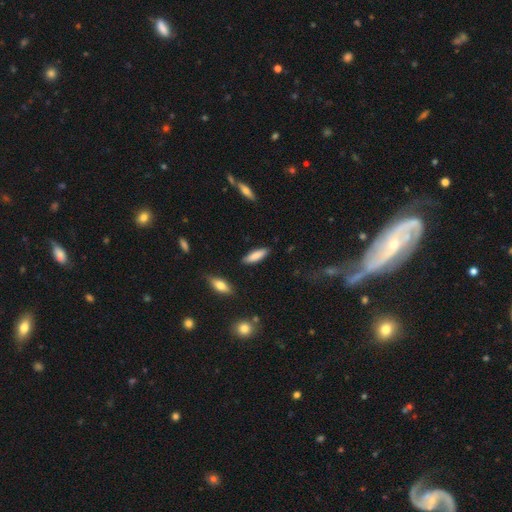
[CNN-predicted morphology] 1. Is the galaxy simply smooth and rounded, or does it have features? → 83% smooth, 11% featured or disk, 6% star or artifact.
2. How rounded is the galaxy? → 55% cigar-shaped, 44% in between, 2% round.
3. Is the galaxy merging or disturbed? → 86% none, 10% minor disturbance, 2% major disturbance, 2% merger.